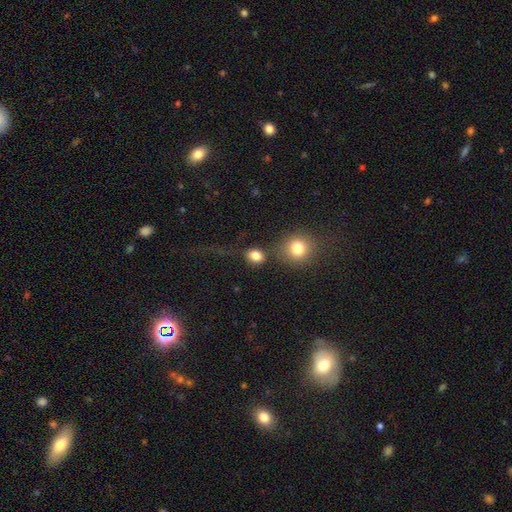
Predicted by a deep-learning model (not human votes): Smooth or featured? Predicted: smooth (p=0.82). How rounded? Predicted: round (p=0.62). Merging? Predicted: none (p=0.65).